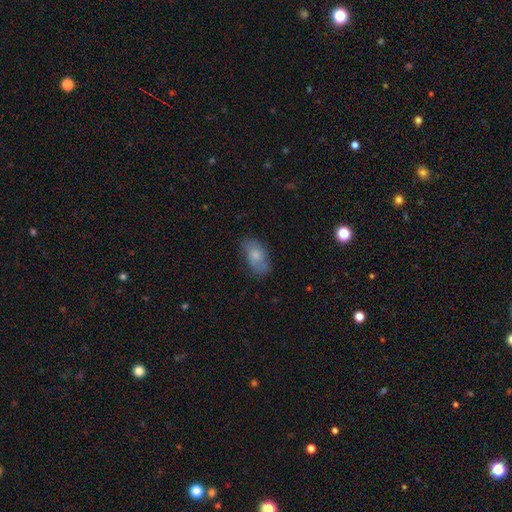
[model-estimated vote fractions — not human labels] Smooth or featured: smooth — 69% (featured or disk — 23%)
How rounded: in between — 91% (round — 6%)
Merging: none — 66% (minor disturbance — 24%)